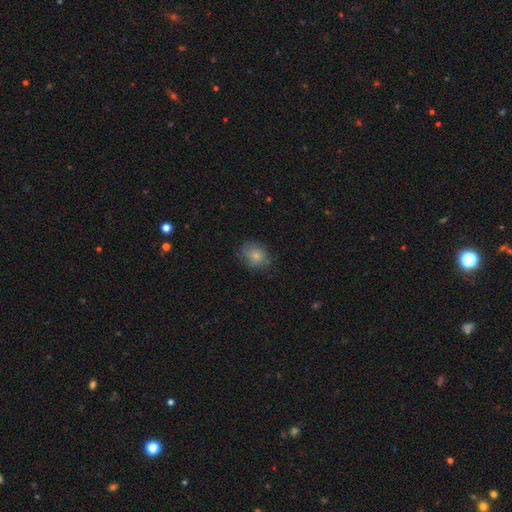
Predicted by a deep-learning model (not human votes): A smooth galaxy with no disk features (75%) that is round (55%). Merging: none (72%).